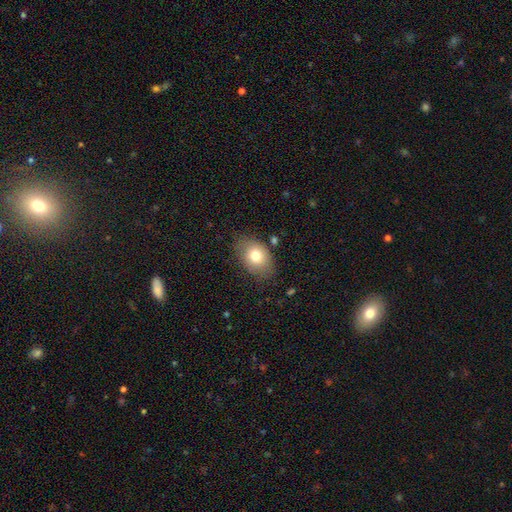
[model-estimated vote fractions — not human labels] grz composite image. It shows a smooth galaxy with no disk features (75%) that is in between round and cigar-shaped (80%). Merging: none (75%).